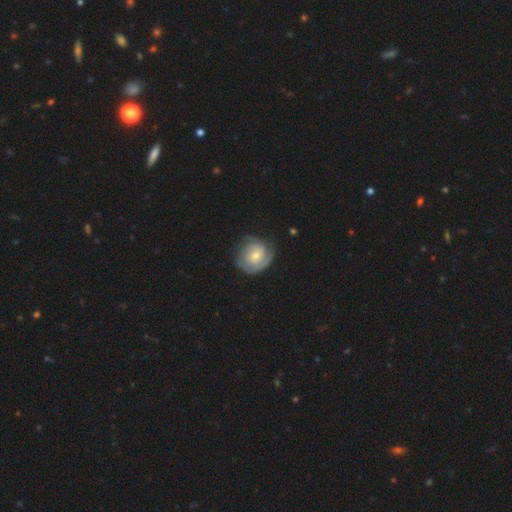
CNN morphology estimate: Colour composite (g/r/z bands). It shows a featured or disk galaxy (75%) with no bar (63%), 2 (43%) tight (64%) spiral arms (93%) and a small central bulge (48%). Merging: none (70%).